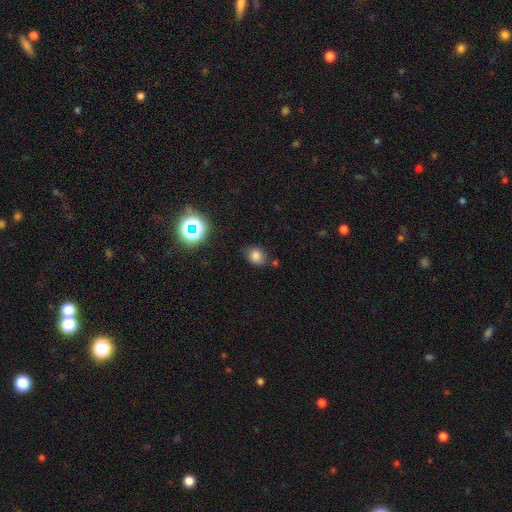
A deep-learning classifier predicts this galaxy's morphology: type=smooth (76%); roundness=round (54%); merging=none (73%).